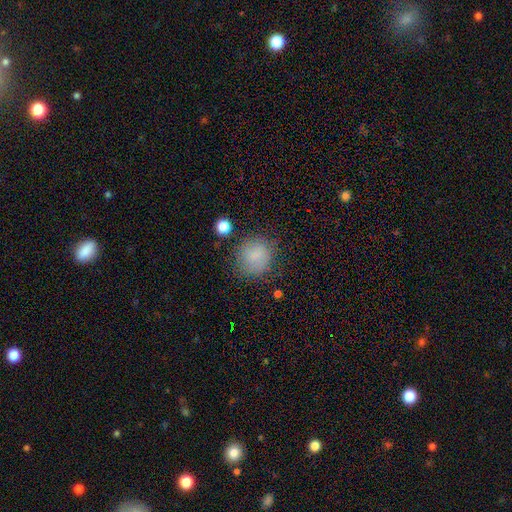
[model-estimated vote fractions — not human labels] This is clearly a smooth galaxy (83%). How rounded: clearly round (83%). Merging: likely none (76%).